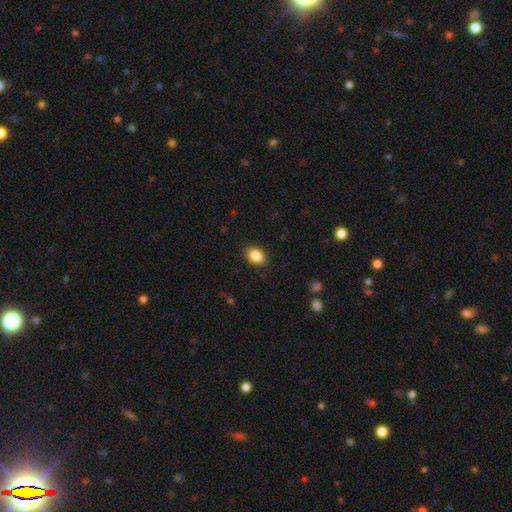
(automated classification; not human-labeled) smooth_or_featured: smooth (p=0.87) [alt: star or artifact p=0.08]
how_rounded: in between (p=0.78) [alt: round p=0.21]
merging: none (p=0.88) [alt: minor disturbance p=0.09]